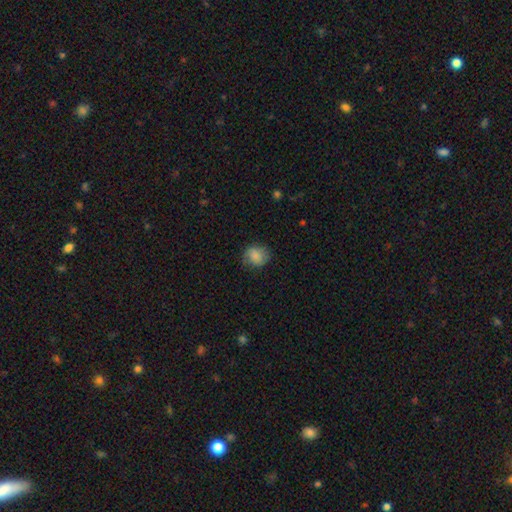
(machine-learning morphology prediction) smooth-or-featured: smooth: 80% | featured or disk: 12% | star or artifact: 8%
  how-rounded: round: 68% | in between: 31% | cigar-shaped: 1%
  merging: none: 70% | minor disturbance: 21% | major disturbance: 7% | merger: 1%